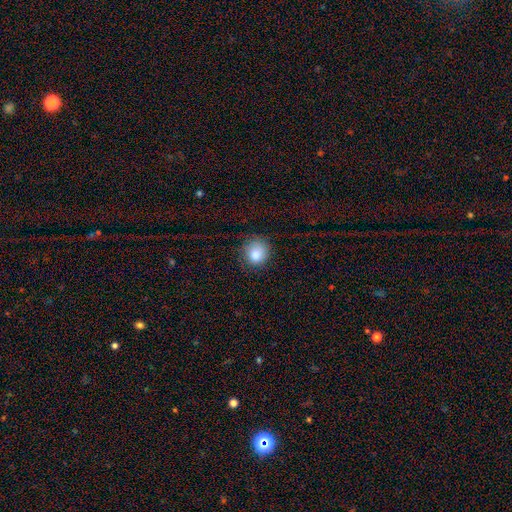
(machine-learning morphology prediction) A smooth galaxy with no disk features (86%) that is round (84%).

Vote fractions:
- Smooth or featured? smooth: 86% / star or artifact: 9% / featured or disk: 5%
- How rounded? round: 84% / in between: 15% / cigar-shaped: 1%
- Merging? none: 79% / minor disturbance: 16% / major disturbance: 5% / merger: 1%